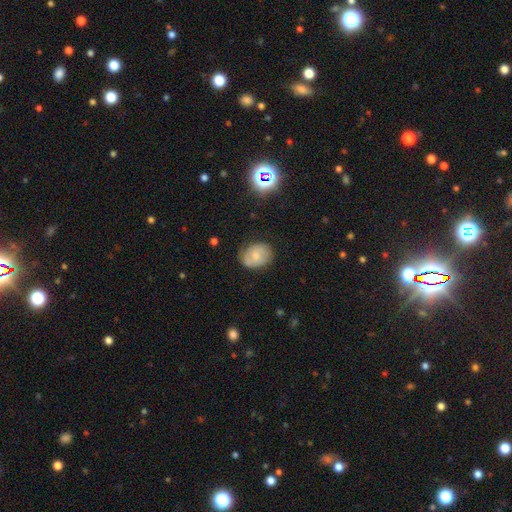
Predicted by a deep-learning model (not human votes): smooth_or_featured: smooth (p=0.58) [alt: featured or disk p=0.33]
how_rounded: in between (p=0.51) [alt: round p=0.48]
merging: none (p=0.74) [alt: minor disturbance p=0.19]